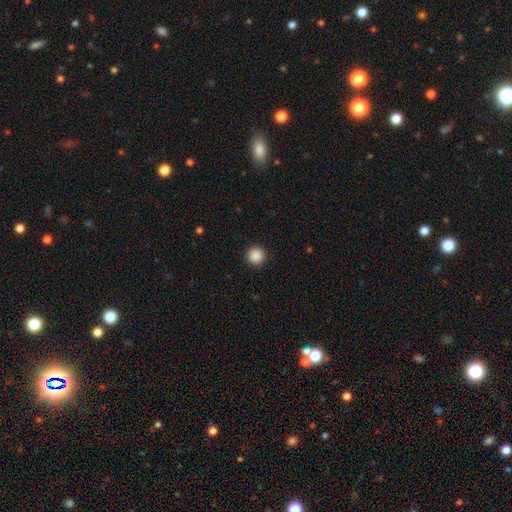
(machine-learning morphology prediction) Overall: smooth (88%). How rounded: round (96%). Merging: none (93%).